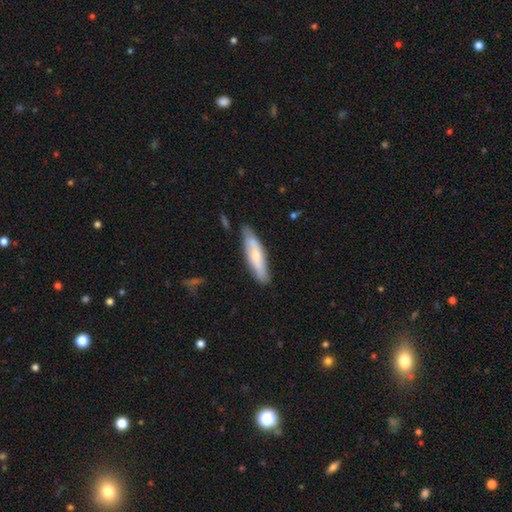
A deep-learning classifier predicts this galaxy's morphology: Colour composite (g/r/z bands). It shows a smooth galaxy with no disk features (62%) that is cigar-shaped (74%). Merging: none (76%).